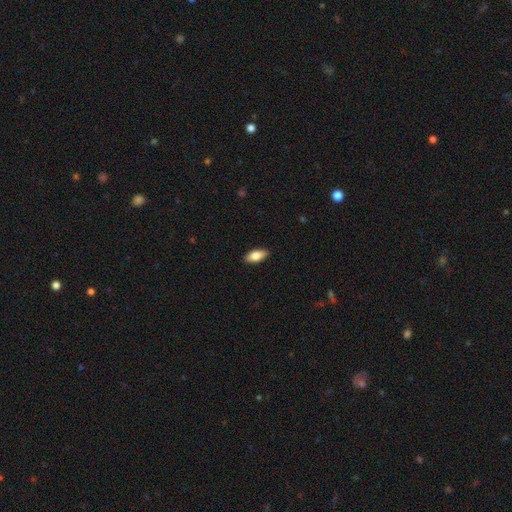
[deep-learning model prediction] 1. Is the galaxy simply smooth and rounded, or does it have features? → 80% smooth, 13% featured or disk, 6% star or artifact.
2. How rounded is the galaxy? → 88% in between, 9% cigar-shaped, 3% round.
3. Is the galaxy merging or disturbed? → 89% none, 8% minor disturbance, 2% major disturbance, 1% merger.